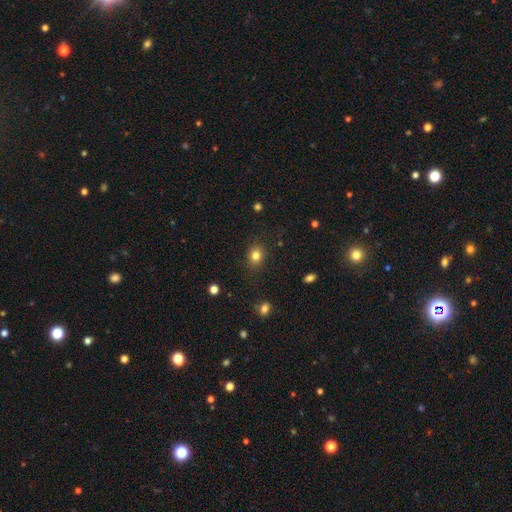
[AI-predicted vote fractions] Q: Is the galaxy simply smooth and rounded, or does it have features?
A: smooth — 81%.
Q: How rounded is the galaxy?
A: round — 59%.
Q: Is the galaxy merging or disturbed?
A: none — 84%.